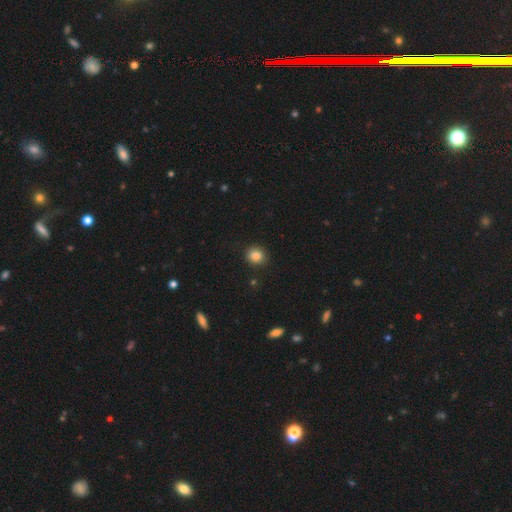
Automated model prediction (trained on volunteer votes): Smooth or featured? Predicted: smooth (p=0.86). How rounded? Predicted: round (p=0.79). Merging? Predicted: none (p=0.88).